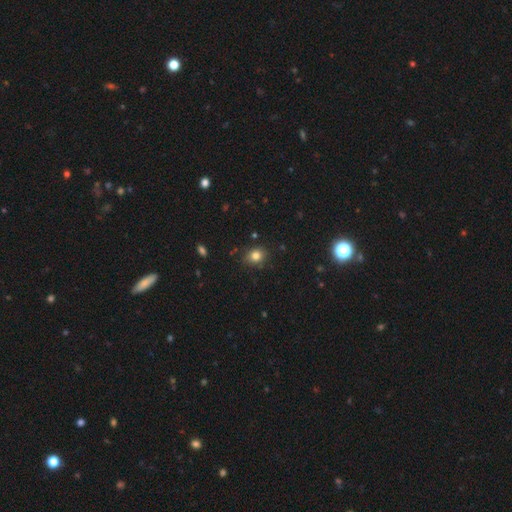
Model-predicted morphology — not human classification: This is likely a smooth galaxy (79%). How rounded: possibly round (60%). Merging: clearly none (83%).